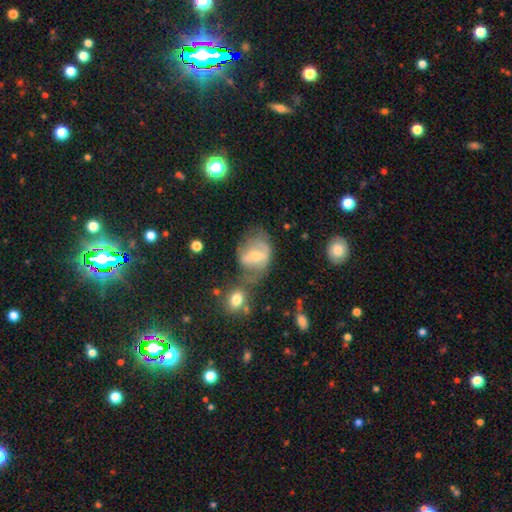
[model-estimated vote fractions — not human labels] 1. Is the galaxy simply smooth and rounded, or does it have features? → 55% featured or disk, 36% smooth, 10% star or artifact.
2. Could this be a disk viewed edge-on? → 95% no, 5% yes.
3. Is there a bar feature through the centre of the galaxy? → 41% no, 39% weak, 19% strong.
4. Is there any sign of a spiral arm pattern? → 53% yes, 47% no.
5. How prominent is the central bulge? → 46% moderate, 45% small, 4% none, 4% large, 1% dominant.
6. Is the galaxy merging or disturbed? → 30% none, 26% merger, 22% major disturbance, 21% minor disturbance.